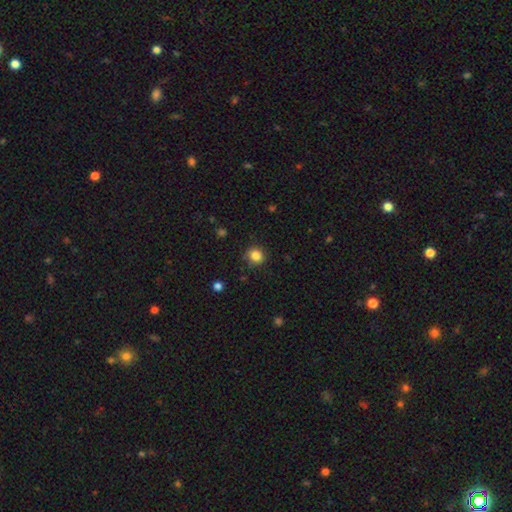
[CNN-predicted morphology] Smooth or featured? smooth (84%)
How rounded? round (87%)
Merging? none (86%)